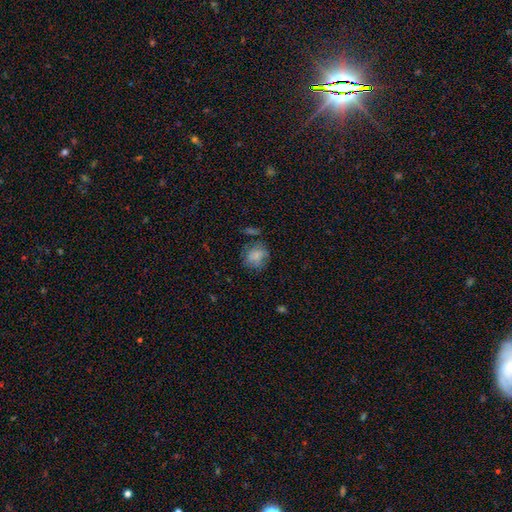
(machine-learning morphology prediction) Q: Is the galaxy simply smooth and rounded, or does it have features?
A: smooth — 67%.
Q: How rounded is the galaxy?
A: round — 69%.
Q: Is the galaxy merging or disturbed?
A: none — 58%.